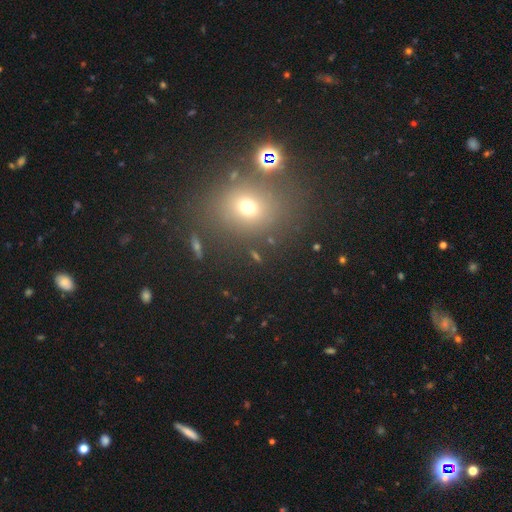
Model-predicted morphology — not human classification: smooth-or-featured: smooth: 54% | star or artifact: 34% | featured or disk: 12%
  how-rounded: round: 67% | in between: 30% | cigar-shaped: 3%
  merging: none: 79% | minor disturbance: 10% | merger: 6% | major disturbance: 5%